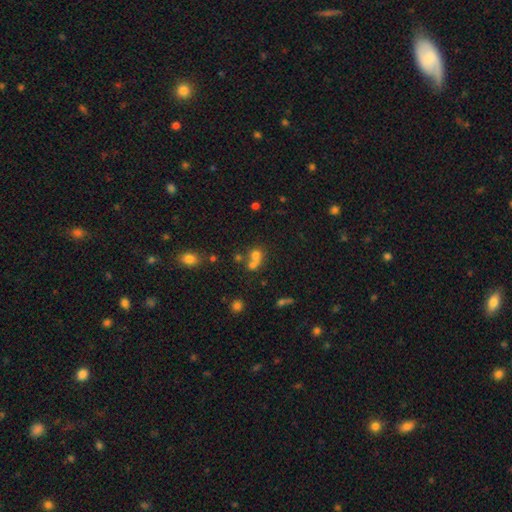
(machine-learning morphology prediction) A smooth galaxy with no disk features (64%) that is round (67%).

Vote fractions:
- Smooth or featured? smooth: 64% / star or artifact: 19% / featured or disk: 17%
- How rounded? round: 67% / in between: 31% / cigar-shaped: 2%
- Merging? merger: 56% / none: 30% / minor disturbance: 8% / major disturbance: 7%